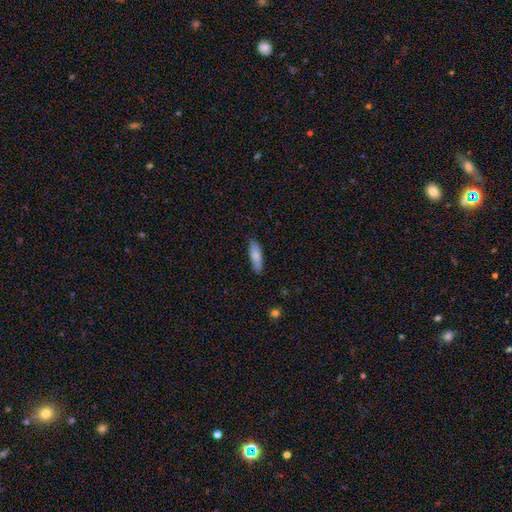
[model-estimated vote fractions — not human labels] This appears to be a smooth galaxy with no disk features (76%) that is cigar-shaped (49%, tied with in between). Merging: none (82%).